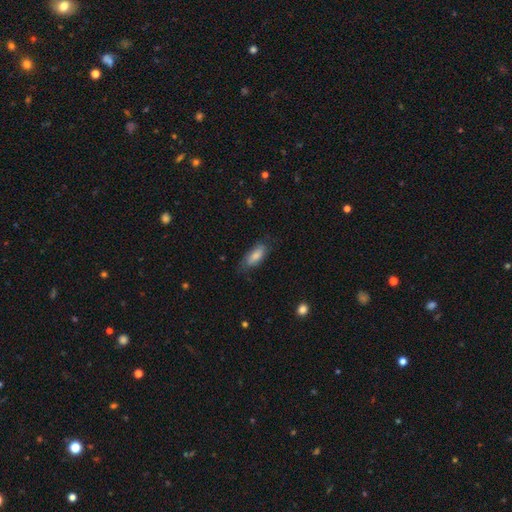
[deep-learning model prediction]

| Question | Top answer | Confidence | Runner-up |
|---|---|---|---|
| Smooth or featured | smooth | 80% | featured or disk (14%) |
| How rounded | in between | 79% | cigar-shaped (19%) |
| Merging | none | 69% | minor disturbance (24%) |